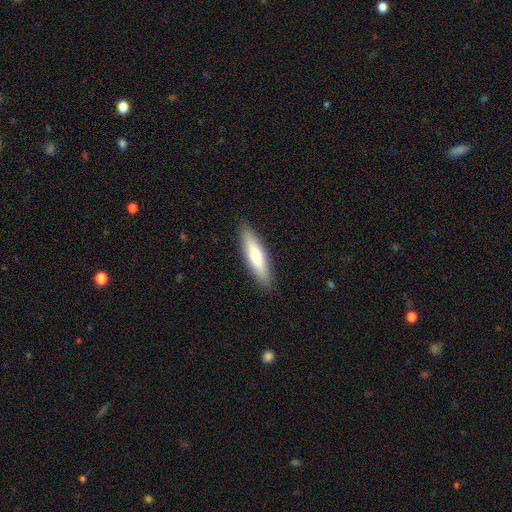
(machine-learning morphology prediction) This appears to be a smooth galaxy with no disk features (63%) that is cigar-shaped (73%). Merging: none (89%).